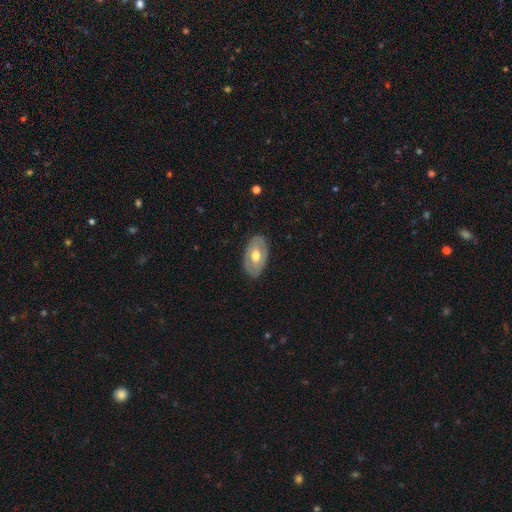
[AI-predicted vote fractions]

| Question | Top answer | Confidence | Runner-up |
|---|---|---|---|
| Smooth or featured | smooth | 47% | tied: featured or disk (47%) |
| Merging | none | 83% | minor disturbance (13%) |